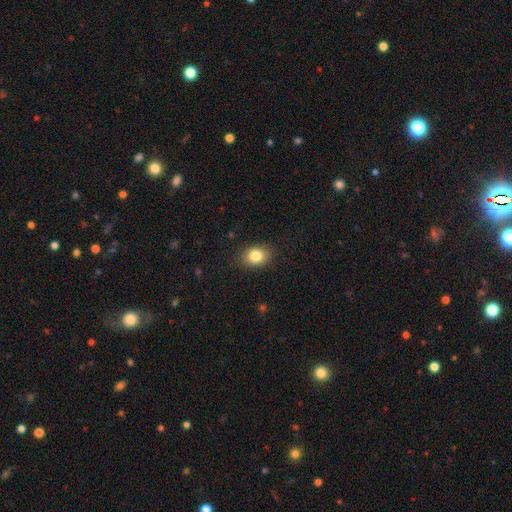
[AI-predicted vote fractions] Smooth or featured? smooth (83%)
How rounded? in between (62%)
Merging? none (86%)